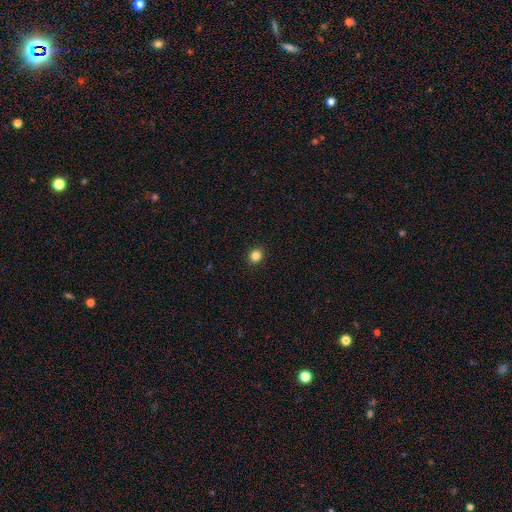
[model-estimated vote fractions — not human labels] Overall: smooth (84%). How rounded: round (80%). Merging: none (92%).